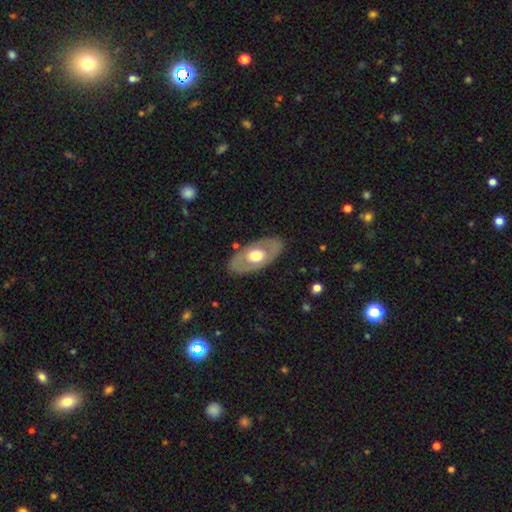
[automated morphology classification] type=featured or disk (50%); edge-on=no (84%); merging=none (83%).